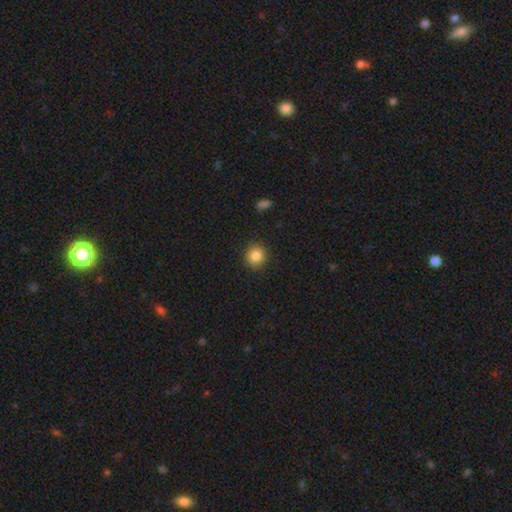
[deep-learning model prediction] Q: Smooth or featured?
A: smooth (85%); runner-up: star or artifact (10%)
Q: How rounded?
A: round (89%); runner-up: in between (10%)
Q: Merging?
A: none (91%); runner-up: minor disturbance (6%)